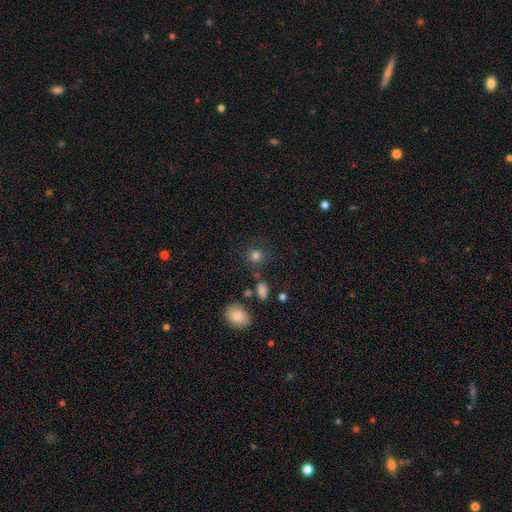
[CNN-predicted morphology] Smooth or featured?
  - smooth: 80% *
  - star or artifact: 13%
  - featured or disk: 6%
How rounded?
  - round: 86% *
  - in between: 13%
  - cigar-shaped: 1%
Merging?
  - none: 76% *
  - minor disturbance: 13%
  - merger: 6%
  - major disturbance: 5%